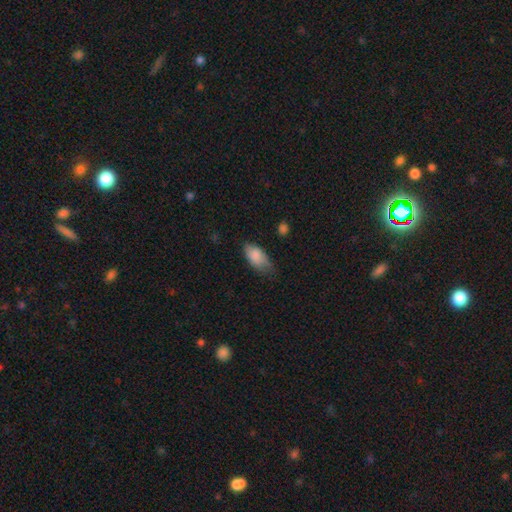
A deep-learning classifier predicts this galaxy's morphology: smooth_or_featured: smooth (p=0.83) [alt: featured or disk p=0.10]
how_rounded: in between (p=0.92) [alt: cigar-shaped p=0.05]
merging: none (p=0.51) [alt: minor disturbance p=0.38]